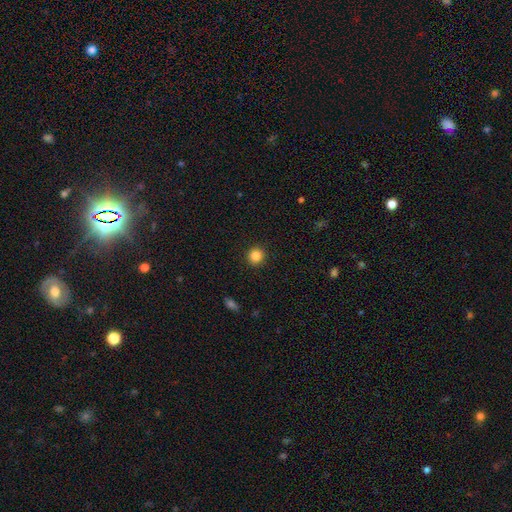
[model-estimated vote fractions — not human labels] This is clearly a smooth galaxy (85%). How rounded: clearly round (93%). Merging: clearly none (92%).